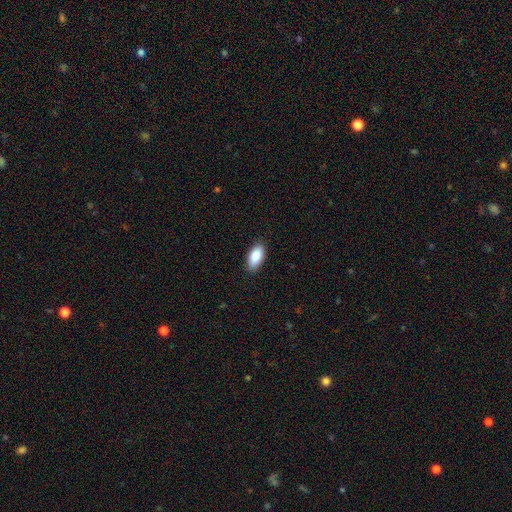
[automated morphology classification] smooth-or-featured: smooth: 87% | featured or disk: 7% | star or artifact: 7%
  how-rounded: in between: 91% | cigar-shaped: 6% | round: 3%
  merging: none: 87% | minor disturbance: 10% | major disturbance: 2% | merger: 1%